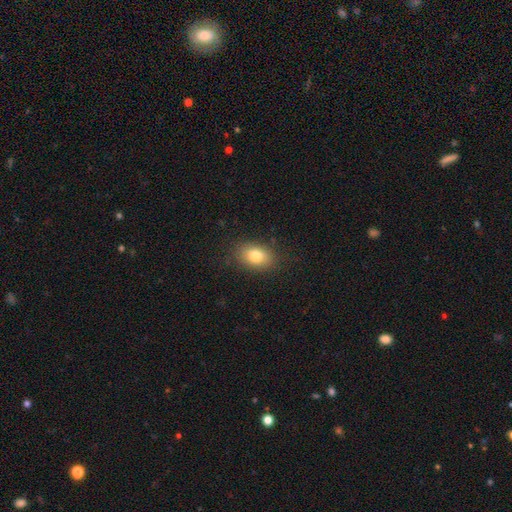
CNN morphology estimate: Smooth or featured? Predicted: smooth (p=0.80). How rounded? Predicted: in between (p=0.81). Merging? Predicted: none (p=0.85).